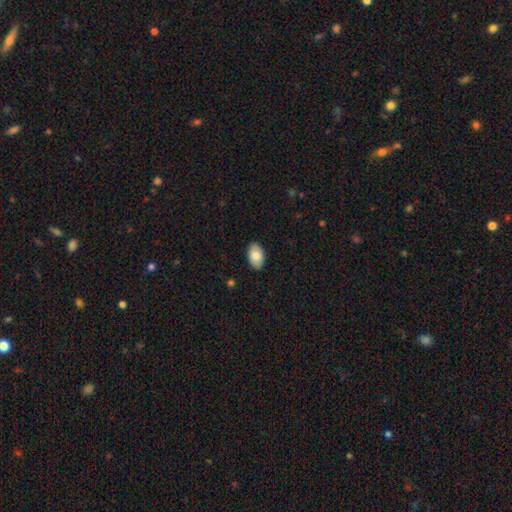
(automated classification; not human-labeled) A smooth galaxy with no disk features (82%) that is in between round and cigar-shaped (94%). Merging: none (89%).